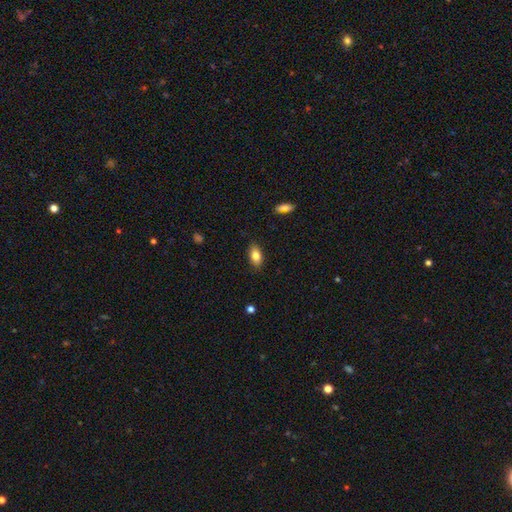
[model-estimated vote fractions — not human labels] Smooth or featured?
  - smooth: 83% *
  - featured or disk: 10%
  - star or artifact: 8%
How rounded?
  - in between: 90% *
  - round: 7%
  - cigar-shaped: 3%
Merging?
  - none: 86% *
  - minor disturbance: 11%
  - major disturbance: 2%
  - merger: 1%